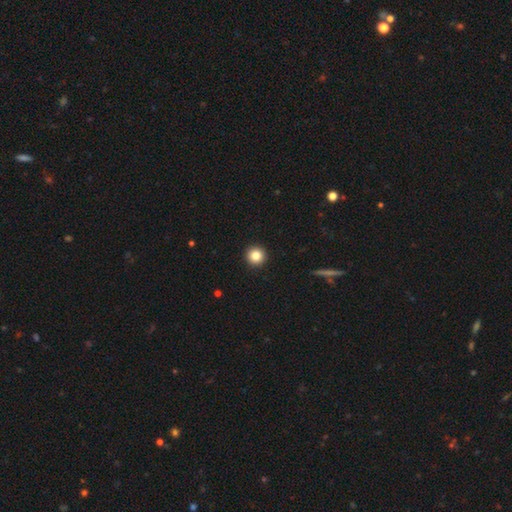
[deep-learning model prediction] Smooth or featured: smooth — 84% (star or artifact — 10%)
How rounded: round — 96% (in between — 3%)
Merging: none — 94% (minor disturbance — 4%)